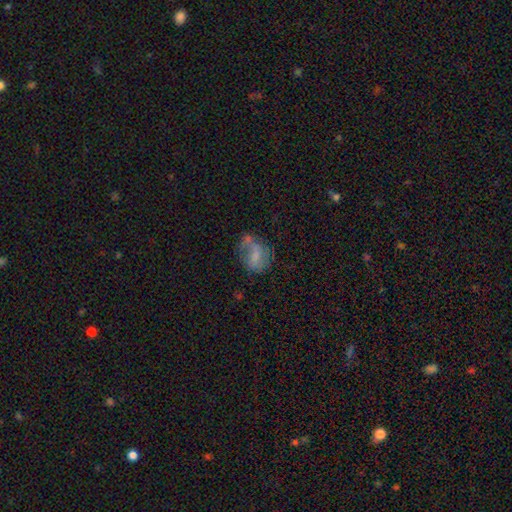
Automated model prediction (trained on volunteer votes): Smooth or featured: smooth — 53% (featured or disk — 36%)
How rounded: in between — 63% (round — 35%)
Merging: none — 36% (minor disturbance — 26%)